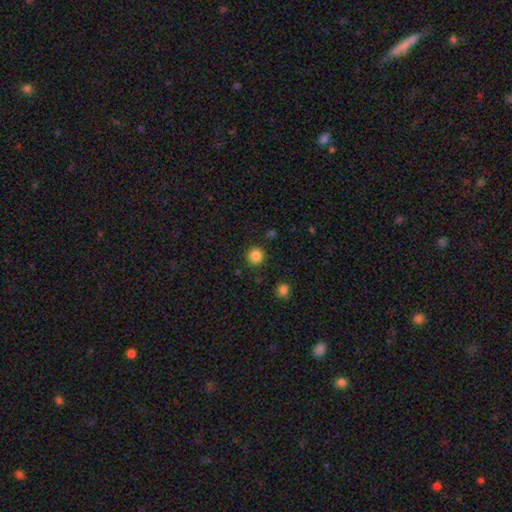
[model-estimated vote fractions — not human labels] Overall: smooth (85%). How rounded: round (93%). Merging: none (90%).